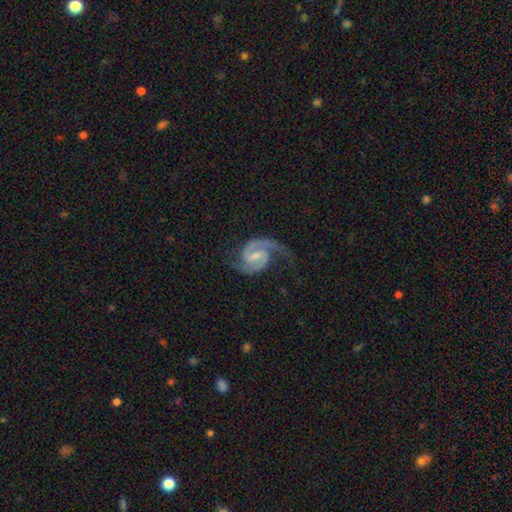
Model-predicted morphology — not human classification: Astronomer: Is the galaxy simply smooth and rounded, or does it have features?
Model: featured or disk — 92%.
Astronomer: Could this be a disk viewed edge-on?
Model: no — 98%.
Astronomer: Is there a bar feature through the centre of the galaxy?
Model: weak — 55%.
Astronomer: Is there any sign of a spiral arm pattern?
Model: yes — 98%.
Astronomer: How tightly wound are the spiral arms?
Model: medium — 58%.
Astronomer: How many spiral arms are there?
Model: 2 — 93%.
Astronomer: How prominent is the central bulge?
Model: small — 40% (runner-up: moderate, 37%).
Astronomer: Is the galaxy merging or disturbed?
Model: none — 71%.